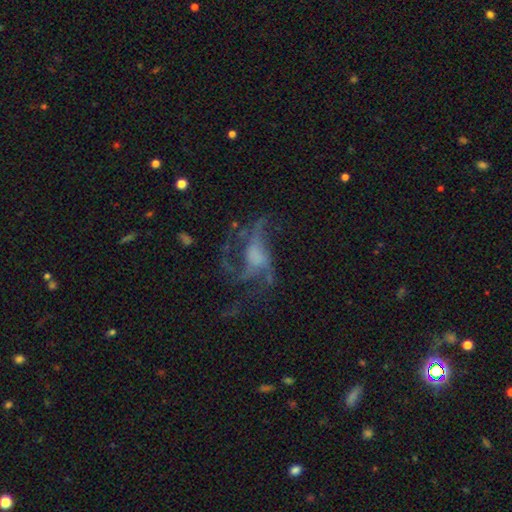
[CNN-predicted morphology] type=featured or disk (72%); edge-on=no (96%); bar=no (65%); spiral arms=yes (77%); winding=loose (62%); arm count=3 (35%); bulge=none (41%); merging=major disturbance (42%).